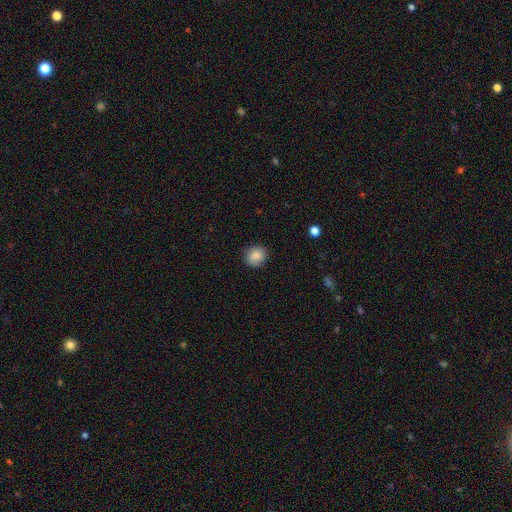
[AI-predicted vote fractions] Smooth or featured?
  - smooth: 85% *
  - star or artifact: 9%
  - featured or disk: 7%
How rounded?
  - round: 83% *
  - in between: 16%
  - cigar-shaped: 1%
Merging?
  - none: 84% *
  - minor disturbance: 12%
  - major disturbance: 3%
  - merger: 1%